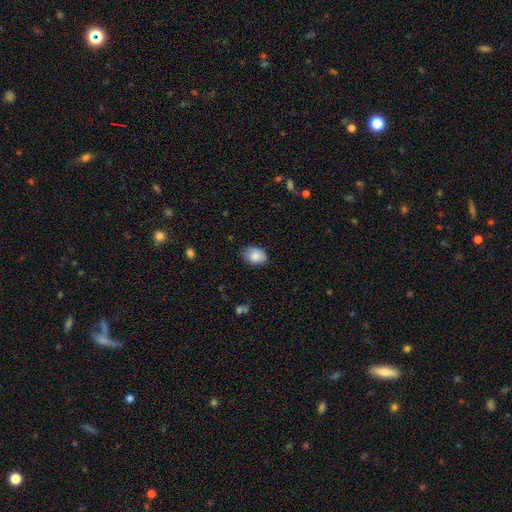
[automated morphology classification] type=smooth (84%); roundness=in between (73%); merging=none (75%).